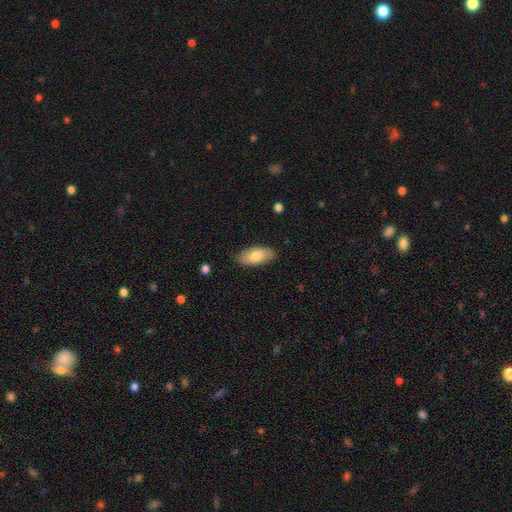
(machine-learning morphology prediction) smooth_or_featured: smooth (p=0.74) [alt: featured or disk p=0.21]
how_rounded: in between (p=0.92) [alt: cigar-shaped p=0.06]
merging: none (p=0.84) [alt: minor disturbance p=0.12]